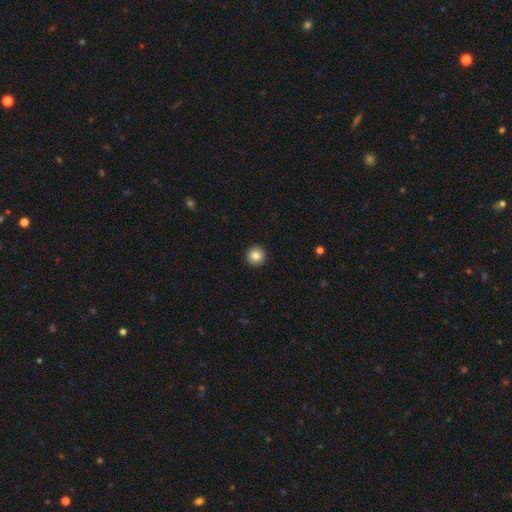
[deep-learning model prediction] This appears to be a smooth galaxy with no disk features (84%) that is round (95%). Merging: none (94%).